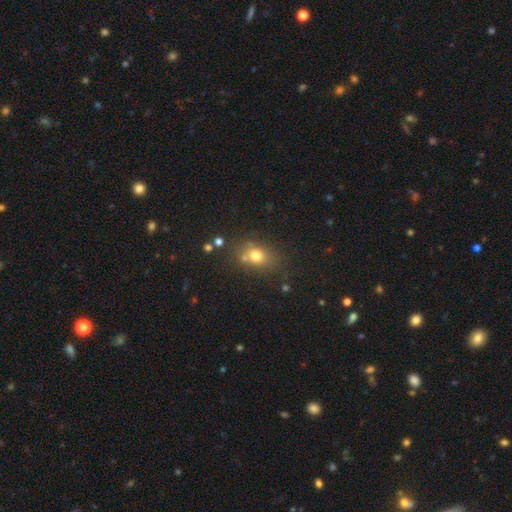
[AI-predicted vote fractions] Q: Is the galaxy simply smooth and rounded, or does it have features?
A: smooth — 73%.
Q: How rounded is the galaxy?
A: in between — 52%.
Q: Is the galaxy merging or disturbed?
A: none — 67%.